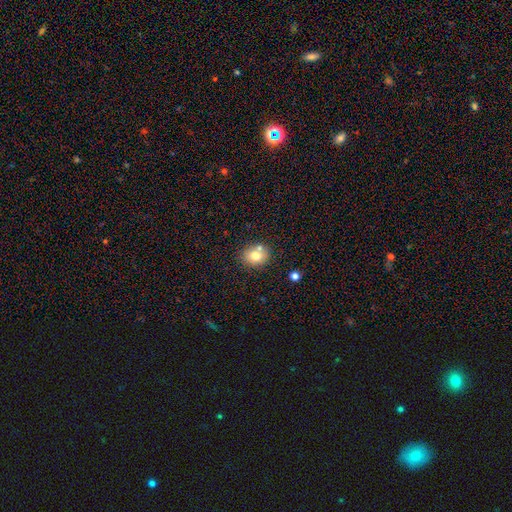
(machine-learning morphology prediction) Overall: smooth (76%). How rounded: round (63%; in between 36%). Merging: none (70%).